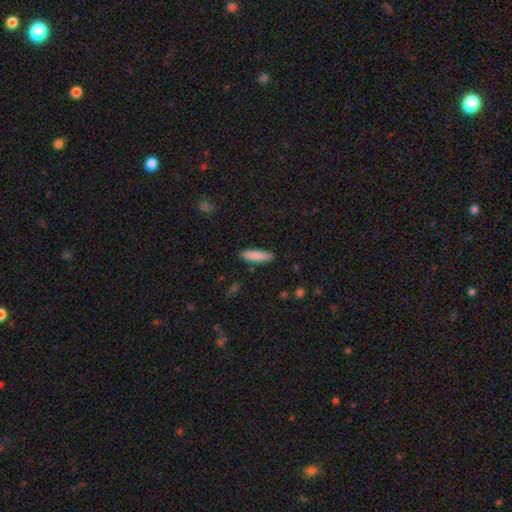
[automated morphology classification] A smooth galaxy with no disk features (86%) that is cigar-shaped (66%). Merging: none (87%).